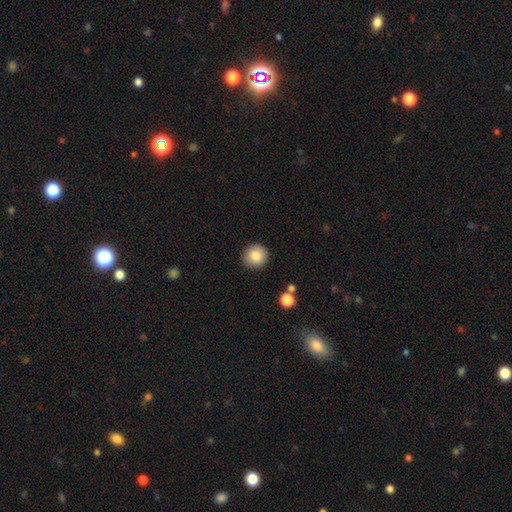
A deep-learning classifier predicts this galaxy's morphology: A smooth galaxy with no disk features (86%) that is round (93%).

Vote fractions:
- Smooth or featured? smooth: 86% / star or artifact: 8% / featured or disk: 6%
- How rounded? round: 93% / in between: 7% / cigar-shaped: 1%
- Merging? none: 90% / minor disturbance: 7% / major disturbance: 2% / merger: 2%